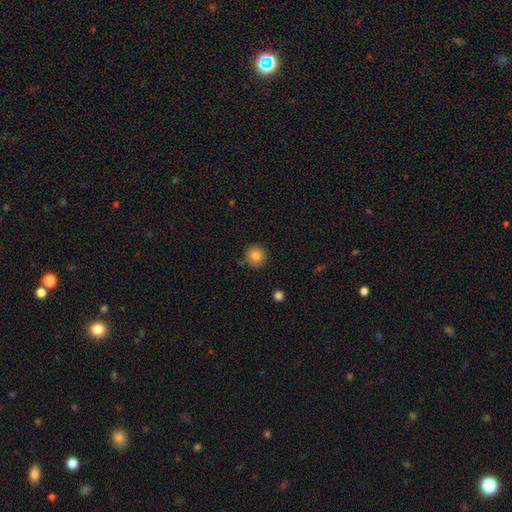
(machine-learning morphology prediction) A smooth galaxy with no disk features (82%) that is round (94%).

Vote fractions:
- Smooth or featured? smooth: 82% / star or artifact: 10% / featured or disk: 8%
- How rounded? round: 94% / in between: 5% / cigar-shaped: 1%
- Merging? none: 87% / minor disturbance: 9% / major disturbance: 2% / merger: 2%